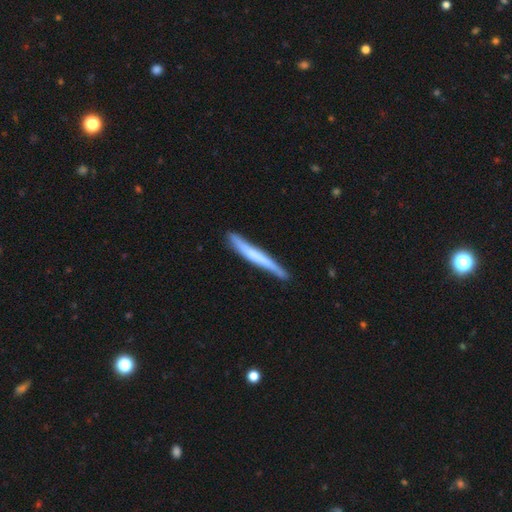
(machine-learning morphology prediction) This is possibly a smooth galaxy (48%). Merging: likely none (78%).